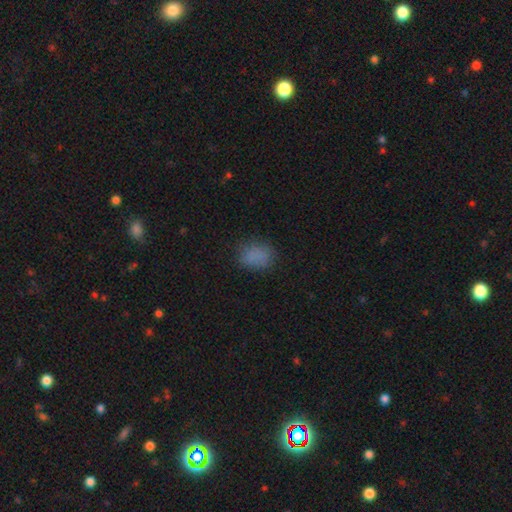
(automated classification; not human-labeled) A smooth galaxy with no disk features (81%) that is in between round and cigar-shaped (62%). Merging: none (76%).